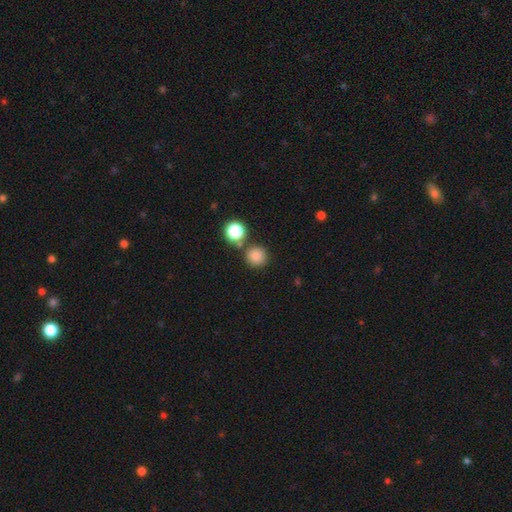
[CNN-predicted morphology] Smooth or featured: smooth — 82% (star or artifact — 13%)
How rounded: round — 93% (in between — 6%)
Merging: none — 78% (merger — 12%)